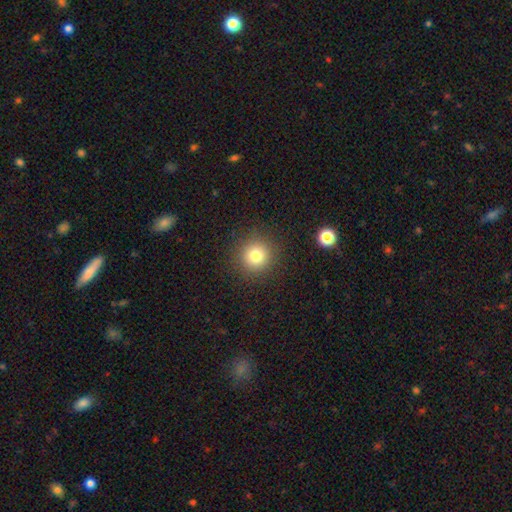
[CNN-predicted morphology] Smooth or featured? Predicted: smooth (p=0.78). How rounded? Predicted: round (p=0.94). Merging? Predicted: none (p=0.90).